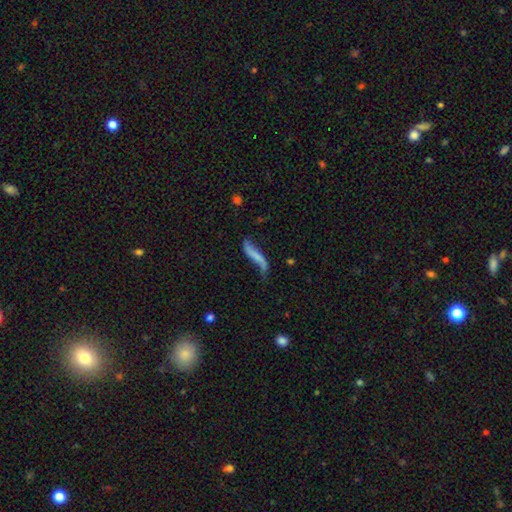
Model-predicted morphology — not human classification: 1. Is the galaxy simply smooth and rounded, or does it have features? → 55% featured or disk, 37% smooth, 8% star or artifact.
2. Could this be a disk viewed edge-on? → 73% no, 27% yes.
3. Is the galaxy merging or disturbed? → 41% none, 29% minor disturbance, 23% major disturbance, 7% merger.